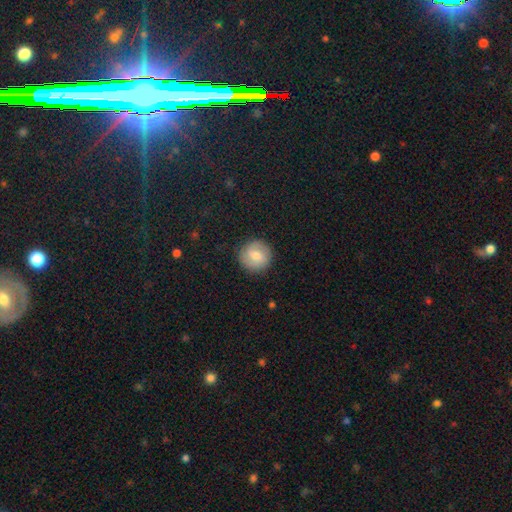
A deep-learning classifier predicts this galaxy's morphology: Q: Smooth or featured?
A: smooth (66%); runner-up: featured or disk (25%)
Q: How rounded?
A: round (94%); runner-up: in between (5%)
Q: Merging?
A: none (89%); runner-up: minor disturbance (8%)